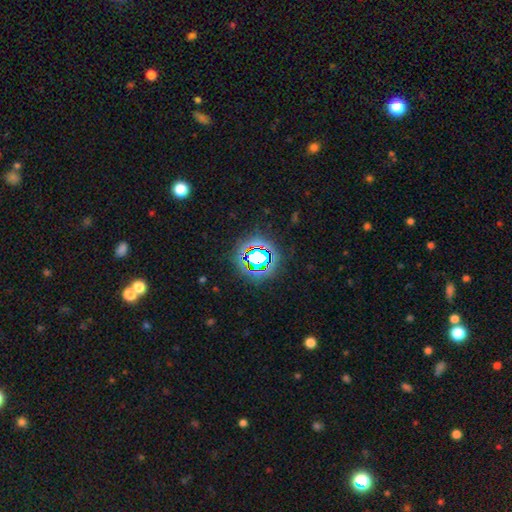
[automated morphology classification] This is likely a star or artifact rather than a galaxy (65%).